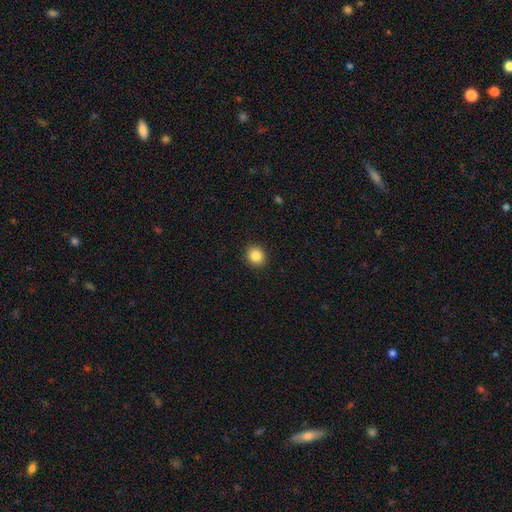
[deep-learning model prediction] Smooth or featured? Predicted: smooth (p=0.86). How rounded? Predicted: round (p=0.74). Merging? Predicted: none (p=0.91).